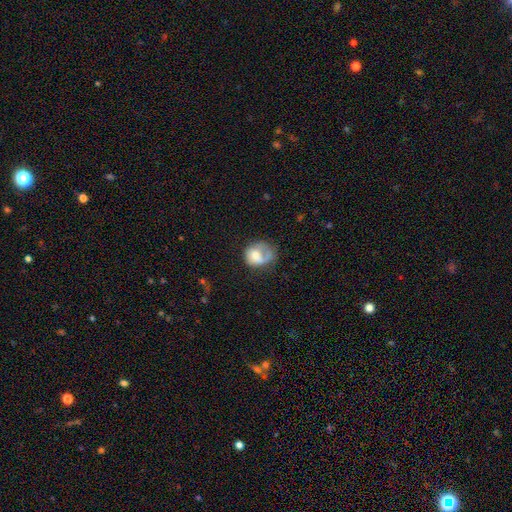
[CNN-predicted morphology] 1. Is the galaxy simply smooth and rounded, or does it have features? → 57% smooth, 35% featured or disk, 8% star or artifact.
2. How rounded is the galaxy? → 59% round, 40% in between, 1% cigar-shaped.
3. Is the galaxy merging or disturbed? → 38% major disturbance, 32% none, 25% minor disturbance, 5% merger.